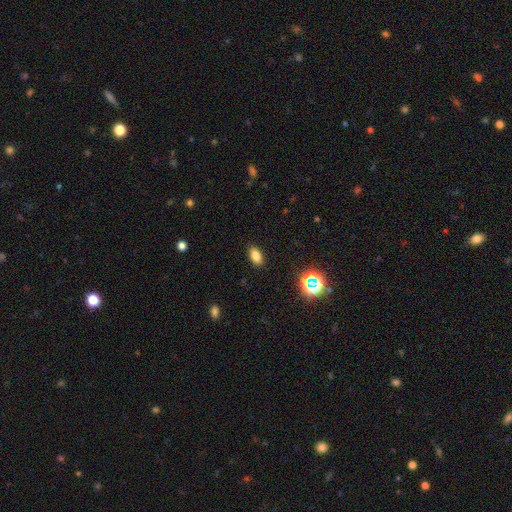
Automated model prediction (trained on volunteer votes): This appears to be a smooth galaxy with no disk features (80%) that is in between round and cigar-shaped (88%). Merging: none (89%).